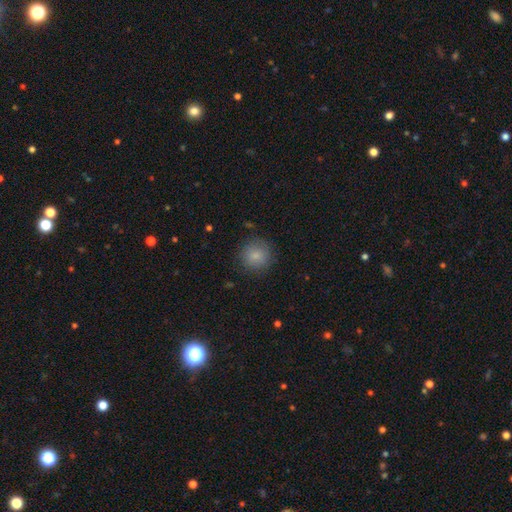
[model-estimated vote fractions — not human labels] Overall: smooth (82%). How rounded: round (92%). Merging: none (81%).